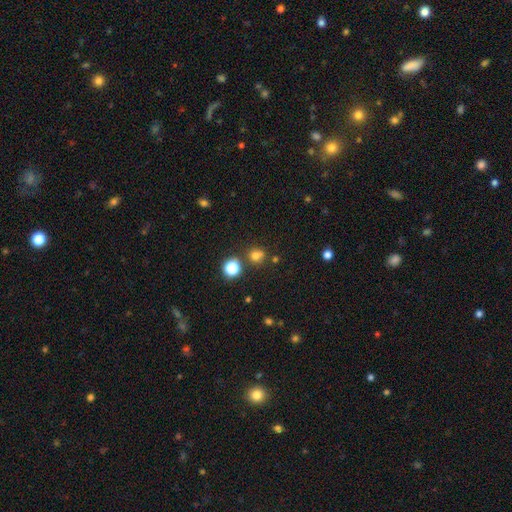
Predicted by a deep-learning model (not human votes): smooth-or-featured: smooth: 70% | star or artifact: 22% | featured or disk: 8%
  how-rounded: round: 83% | in between: 16% | cigar-shaped: 1%
  merging: none: 65% | merger: 19% | minor disturbance: 12% | major disturbance: 4%